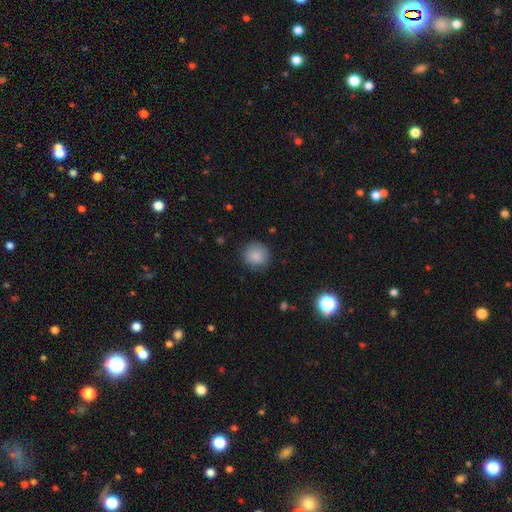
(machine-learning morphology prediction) This appears to be a smooth galaxy with no disk features (86%) that is round (92%). Merging: none (83%).